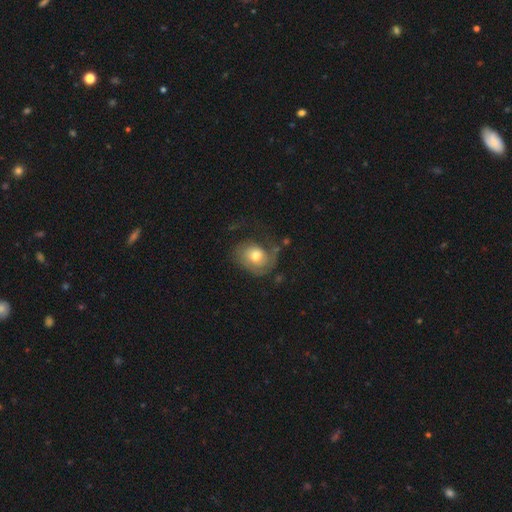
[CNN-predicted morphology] Overall: smooth (49%; featured or disk 43%). Merging: none (42%; major disturbance 30%).